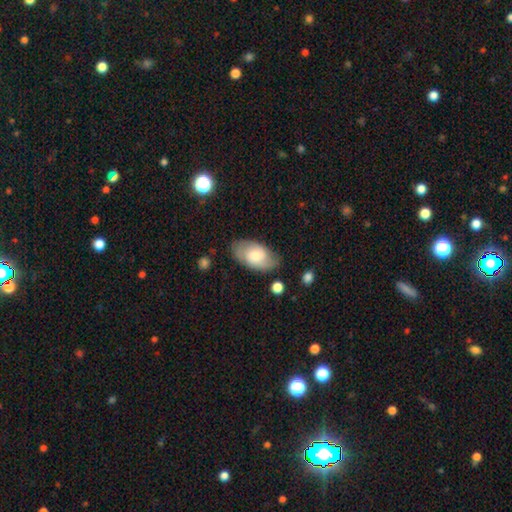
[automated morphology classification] type=smooth (61%); roundness=in between (93%); merging=none (73%).